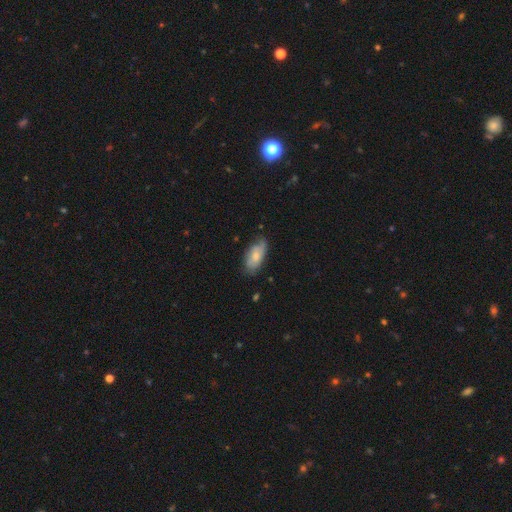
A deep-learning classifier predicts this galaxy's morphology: This appears to be a smooth galaxy with no disk features (63%) that is in between round and cigar-shaped (88%). Merging: none (64%).